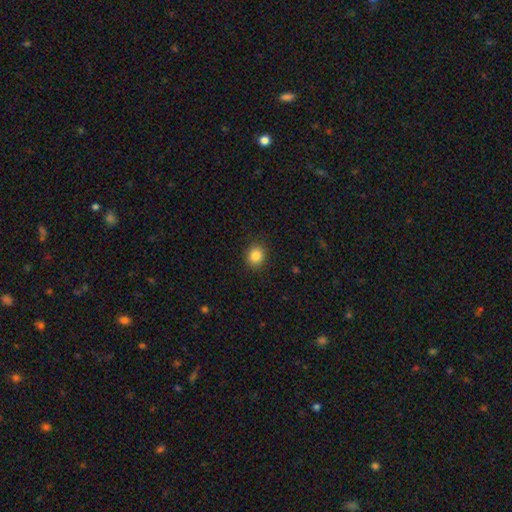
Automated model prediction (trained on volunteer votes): Q: Smooth or featured?
A: smooth (85%); runner-up: star or artifact (10%)
Q: How rounded?
A: round (78%); runner-up: in between (21%)
Q: Merging?
A: none (89%); runner-up: minor disturbance (8%)